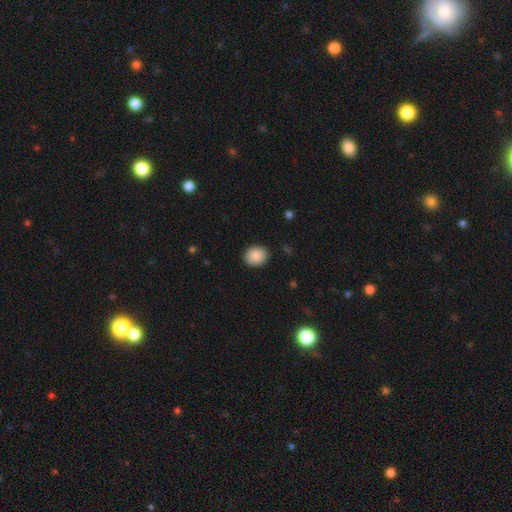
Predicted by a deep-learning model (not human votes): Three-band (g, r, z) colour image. It shows a smooth galaxy with no disk features (87%) that is round (61%). Merging: none (90%).